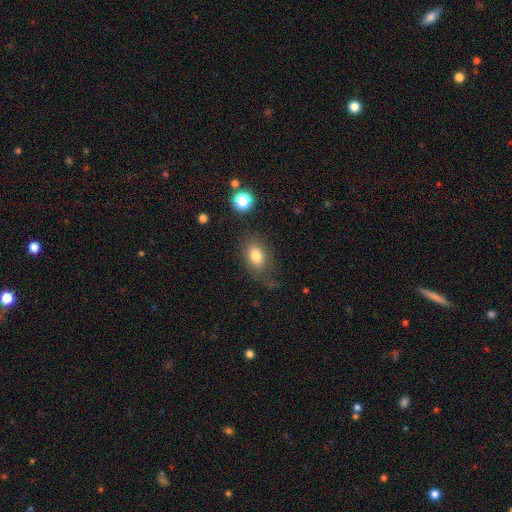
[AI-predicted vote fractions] A smooth galaxy with no disk features (78%) that is in between round and cigar-shaped (78%). Merging: none (64%).